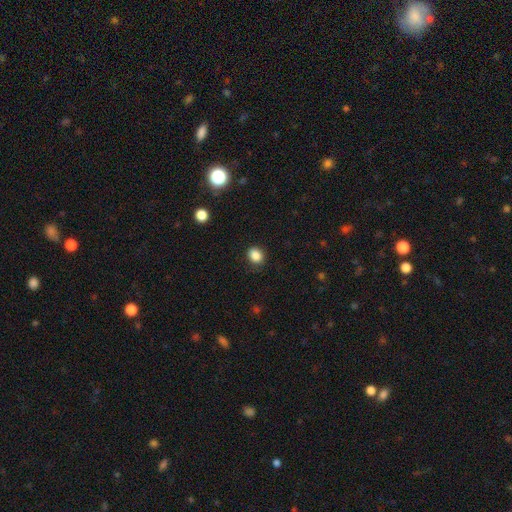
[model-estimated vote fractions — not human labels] This appears to be a smooth galaxy with no disk features (86%) that is round (51%). Merging: none (84%).